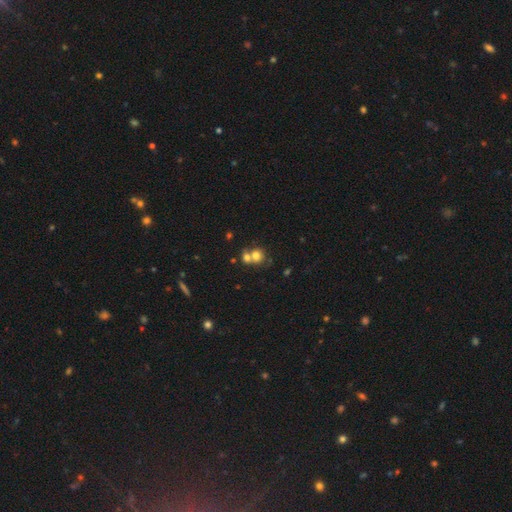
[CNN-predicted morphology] type=smooth (73%); roundness=round (74%); merging=merger (55%).